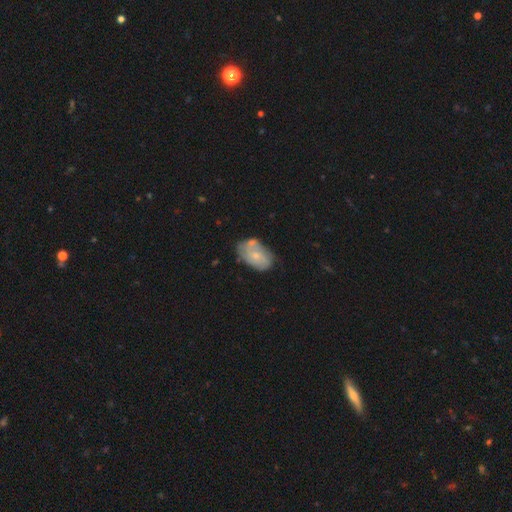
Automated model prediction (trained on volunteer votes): The model was most divided on "bulge size": small: 60%, moderate: 34%, none: 4%, large: 1%, dominant: 1%. More confident: edge-on disk — no (96%); spiral arms — yes (78%); bar — no (71%); smooth or featured — featured or disk (60%); merging — none (54%).